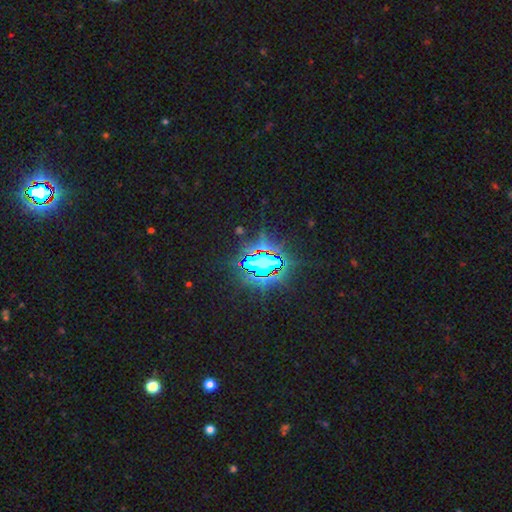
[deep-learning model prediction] A star or artifact, not a galaxy (81%).